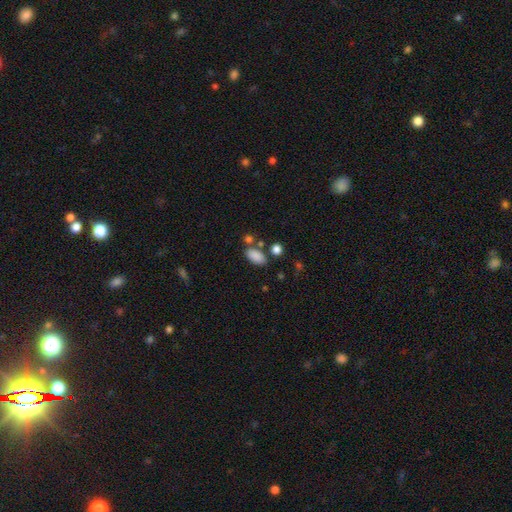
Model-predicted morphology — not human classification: Overall: smooth (85%). How rounded: in between (92%). Merging: none (67%).